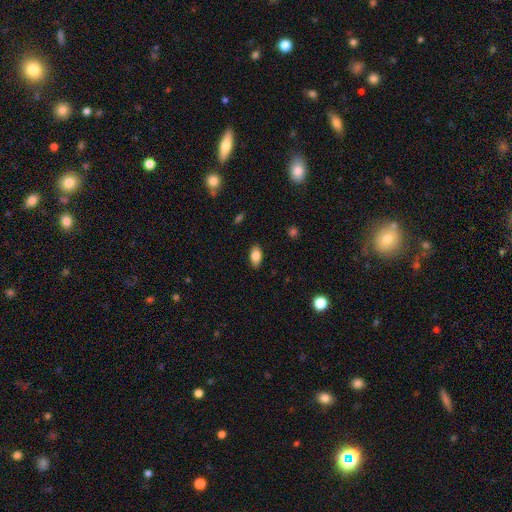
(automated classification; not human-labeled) Smooth or featured?
  - smooth: 84% *
  - featured or disk: 9%
  - star or artifact: 8%
How rounded?
  - in between: 91% *
  - round: 5%
  - cigar-shaped: 4%
Merging?
  - none: 87% *
  - minor disturbance: 10%
  - major disturbance: 2%
  - merger: 1%